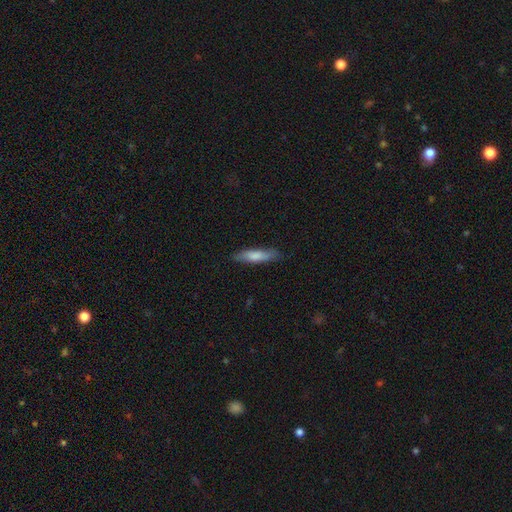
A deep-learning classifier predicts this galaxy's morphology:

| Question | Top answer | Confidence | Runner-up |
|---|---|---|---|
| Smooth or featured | smooth | 75% | featured or disk (20%) |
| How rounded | cigar-shaped | 76% | in between (23%) |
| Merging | none | 82% | minor disturbance (14%) |